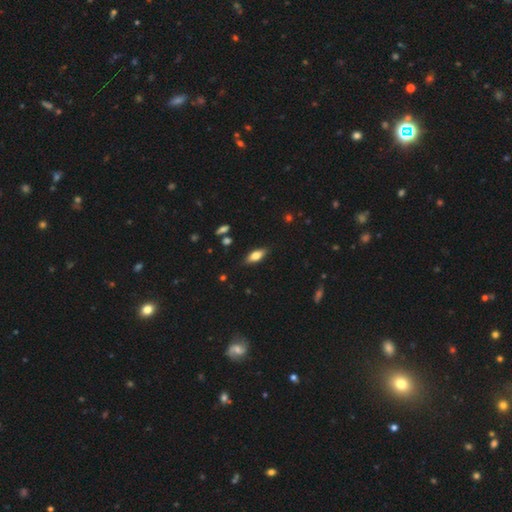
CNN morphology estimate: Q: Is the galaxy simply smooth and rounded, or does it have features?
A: smooth — 68%.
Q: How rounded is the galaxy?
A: in between — 74%.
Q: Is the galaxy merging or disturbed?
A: none — 86%.